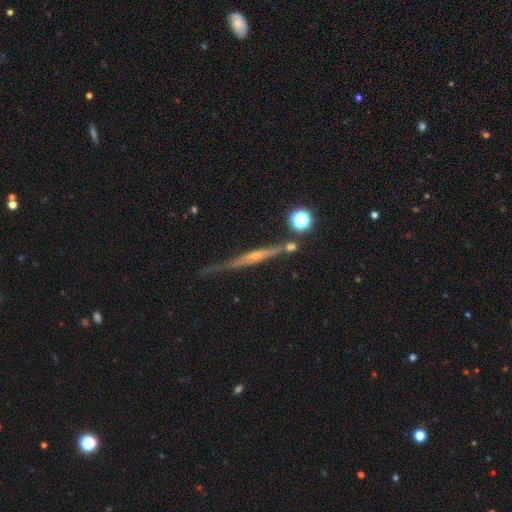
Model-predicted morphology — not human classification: smooth-or-featured: featured or disk: 72% | smooth: 18% | star or artifact: 9%
  disk-edge-on: yes: 96% | no: 4%
    edge-on-bulge: rounded: 63% | none: 30% | boxy: 7%
  merging: none: 71% | minor disturbance: 17% | merger: 7% | major disturbance: 5%